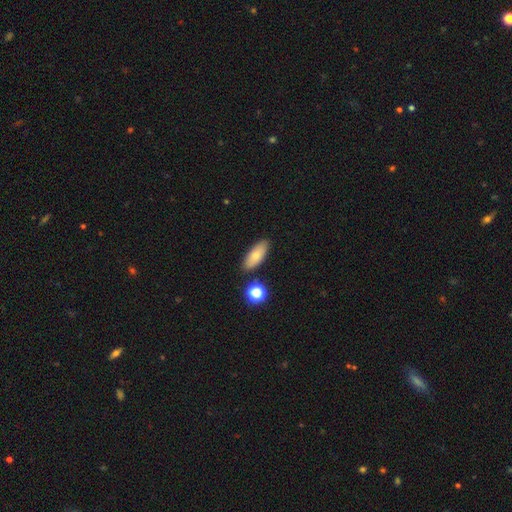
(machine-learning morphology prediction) This appears to be a smooth galaxy with no disk features (77%) that is in between round and cigar-shaped (77%). Merging: none (84%).